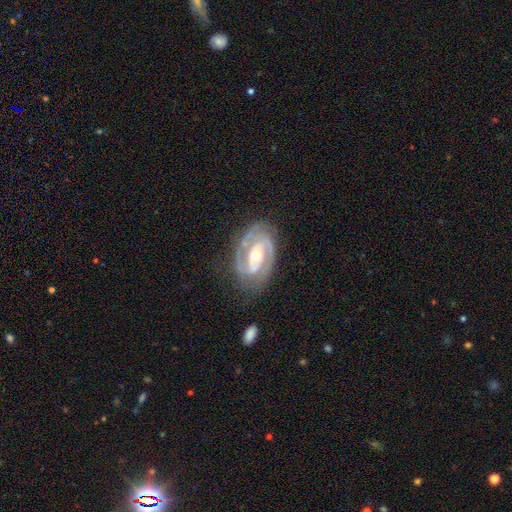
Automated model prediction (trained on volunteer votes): A featured or disk galaxy (90%) with a strong bar (37%, tied with weak), 2 (83%) tight (56%) spiral arms (96%) and a moderate central bulge (64%). Merging: none (76%).